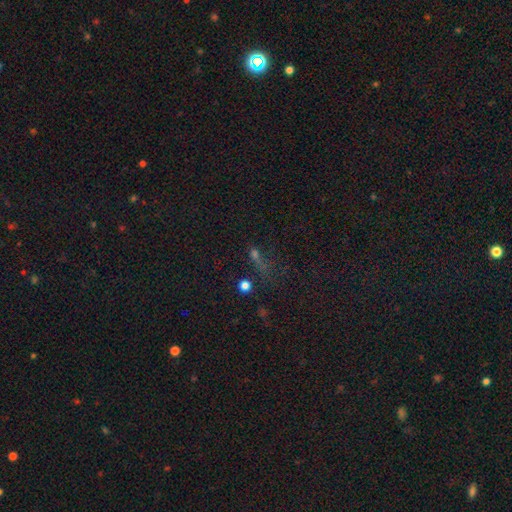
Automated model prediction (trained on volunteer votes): smooth-or-featured: star or artifact: 49% | smooth: 36% | featured or disk: 15%